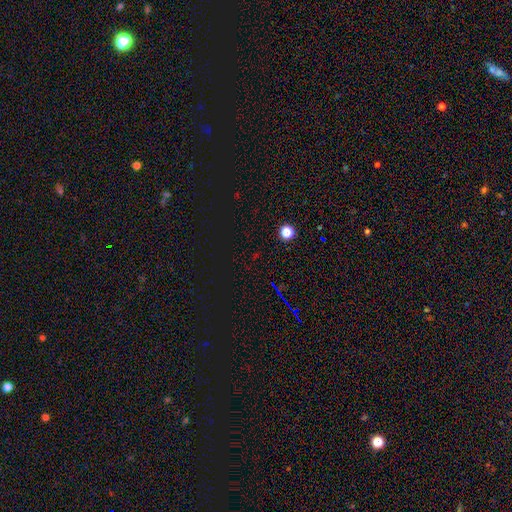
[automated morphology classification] type=star or artifact (72%).